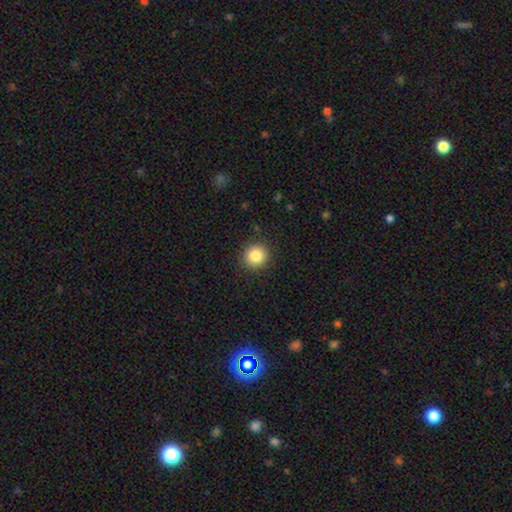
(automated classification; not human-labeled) Smooth or featured? smooth (85%)
How rounded? round (90%)
Merging? none (91%)